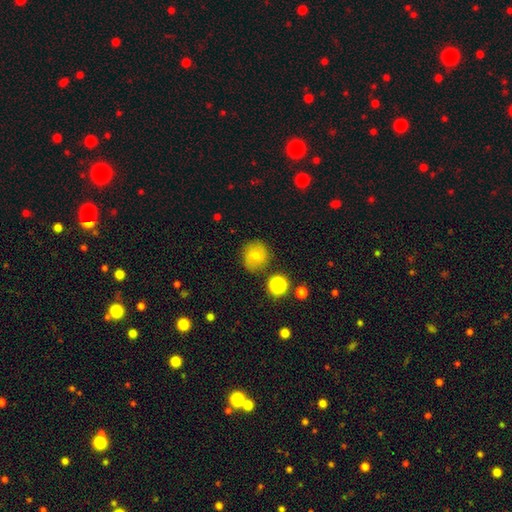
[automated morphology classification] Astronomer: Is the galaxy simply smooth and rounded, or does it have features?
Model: smooth — 65%.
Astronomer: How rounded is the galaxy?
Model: round — 86%.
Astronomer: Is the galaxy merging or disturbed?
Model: none — 79%.